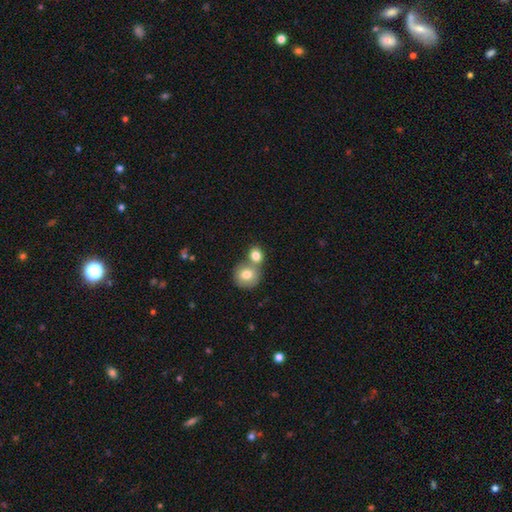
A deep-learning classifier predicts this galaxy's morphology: The model was most divided on "merging": merger: 53%, none: 37%, minor disturbance: 7%, major disturbance: 3%. More confident: smooth or featured — smooth (80%); how rounded — round (71%).